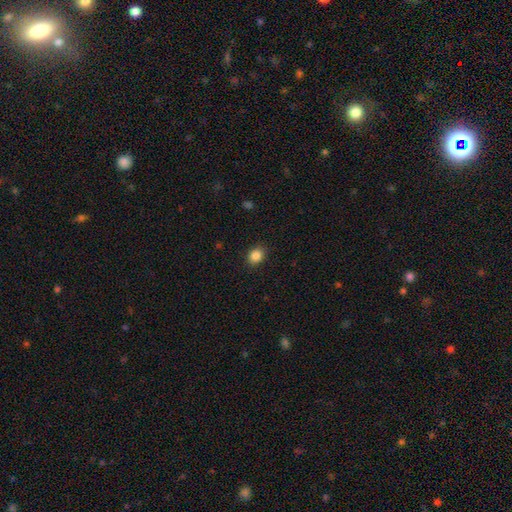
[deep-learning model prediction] A smooth galaxy with no disk features (86%) that is round (51%).

Vote fractions:
- Smooth or featured? smooth: 86% / star or artifact: 10% / featured or disk: 4%
- How rounded? round: 51% / in between: 48% / cigar-shaped: 1%
- Merging? none: 89% / minor disturbance: 8% / major disturbance: 2% / merger: 1%